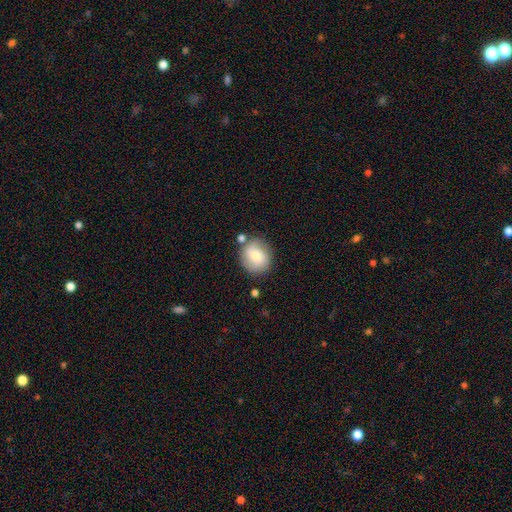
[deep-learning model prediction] smooth 55%, featured or disk 37%, star or artifact 8%. Down the decision tree: how rounded — round (81%); merging — none (73%).